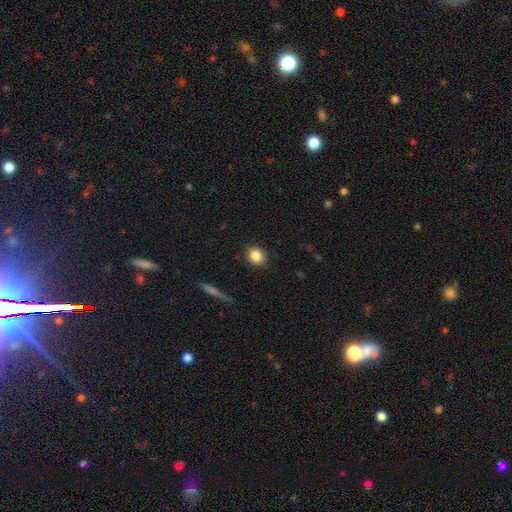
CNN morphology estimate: smooth-or-featured: smooth: 84% | star or artifact: 9% | featured or disk: 7%
  how-rounded: round: 64% | in between: 35% | cigar-shaped: 2%
  merging: none: 89% | minor disturbance: 8% | major disturbance: 2% | merger: 1%